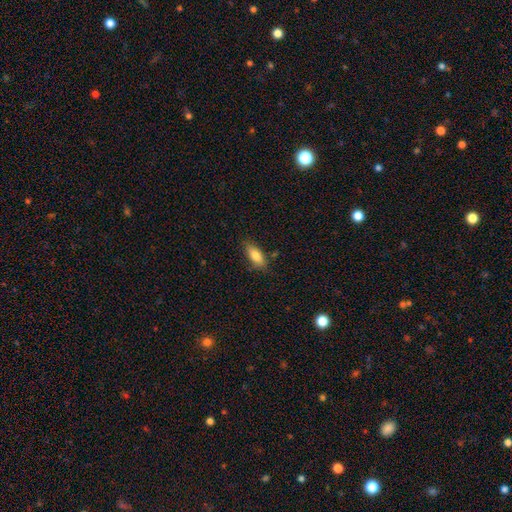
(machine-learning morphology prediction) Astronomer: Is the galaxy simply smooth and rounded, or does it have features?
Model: smooth — 82%.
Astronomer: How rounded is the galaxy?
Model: in between — 81%.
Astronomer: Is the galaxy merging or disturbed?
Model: none — 79%.